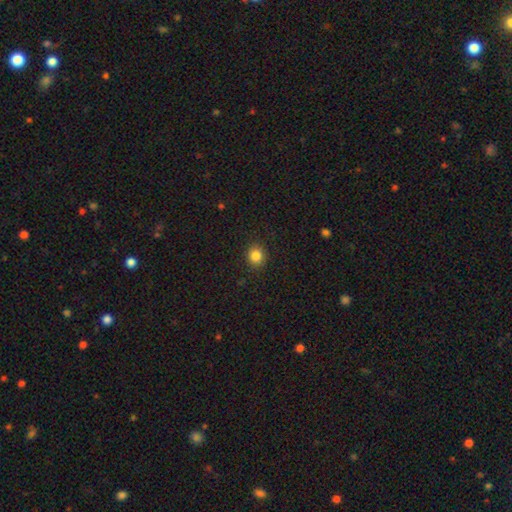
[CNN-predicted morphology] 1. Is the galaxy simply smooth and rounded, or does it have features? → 85% smooth, 11% star or artifact, 5% featured or disk.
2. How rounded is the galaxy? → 84% round, 15% in between, 1% cigar-shaped.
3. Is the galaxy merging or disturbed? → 90% none, 7% minor disturbance, 2% major disturbance, 1% merger.